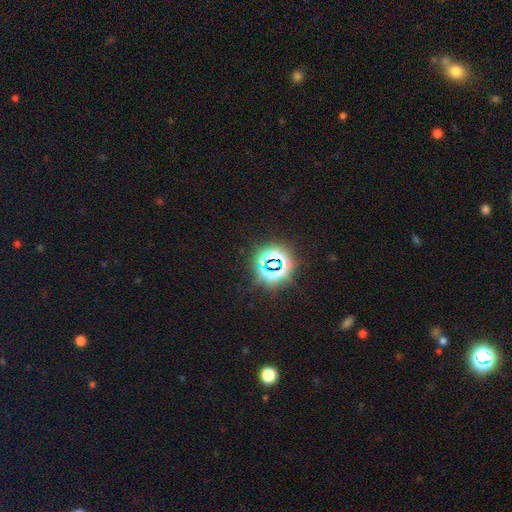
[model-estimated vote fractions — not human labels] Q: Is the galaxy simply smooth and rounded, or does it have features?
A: star or artifact — 79%.